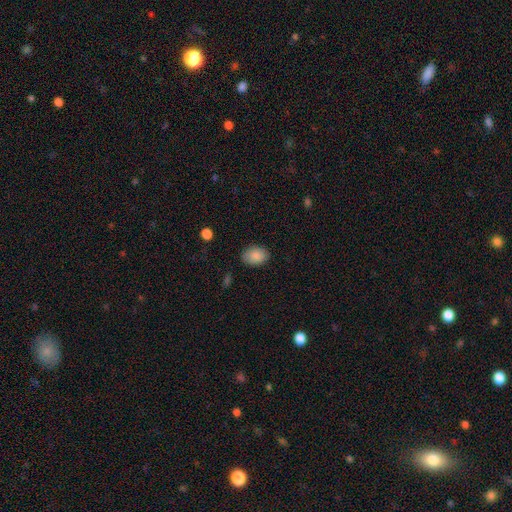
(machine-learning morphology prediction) smooth 88%, star or artifact 7%, featured or disk 5%. Down the decision tree: how rounded — in between (79%); merging — none (84%).